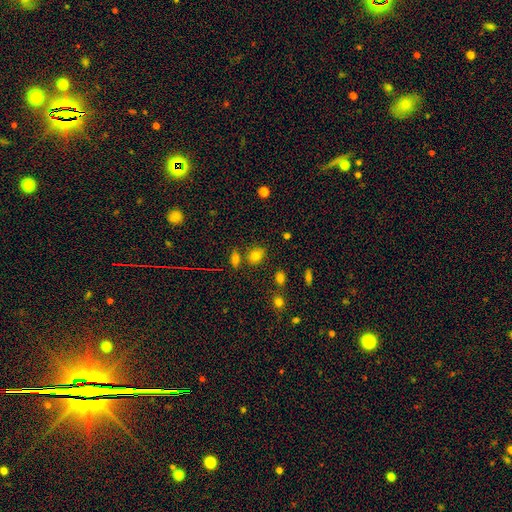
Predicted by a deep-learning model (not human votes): This appears to be a smooth galaxy with no disk features (78%) that is in between round and cigar-shaped (55%). Merging: none (73%).